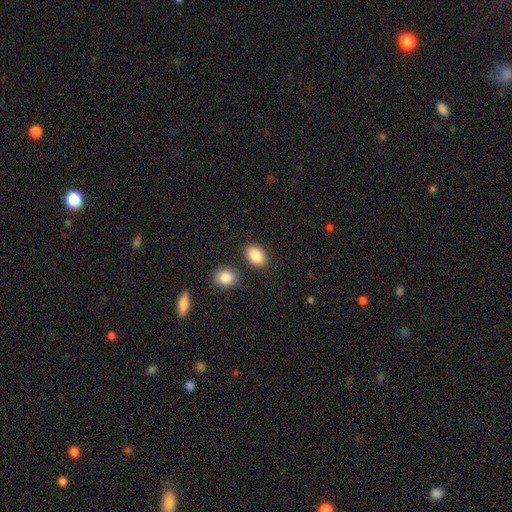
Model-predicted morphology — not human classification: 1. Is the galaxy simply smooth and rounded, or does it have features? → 87% smooth, 7% star or artifact, 6% featured or disk.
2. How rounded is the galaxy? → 84% in between, 15% round, 1% cigar-shaped.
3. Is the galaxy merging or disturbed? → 81% none, 9% minor disturbance, 7% merger, 3% major disturbance.